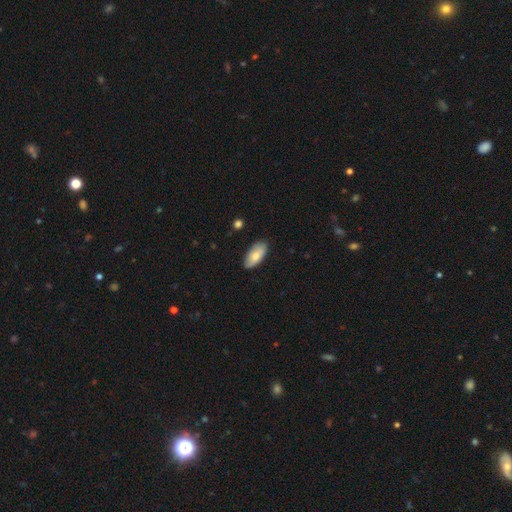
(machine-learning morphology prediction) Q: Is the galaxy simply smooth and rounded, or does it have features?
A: smooth — 75%.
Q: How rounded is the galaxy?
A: in between — 92%.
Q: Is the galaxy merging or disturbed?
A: none — 81%.